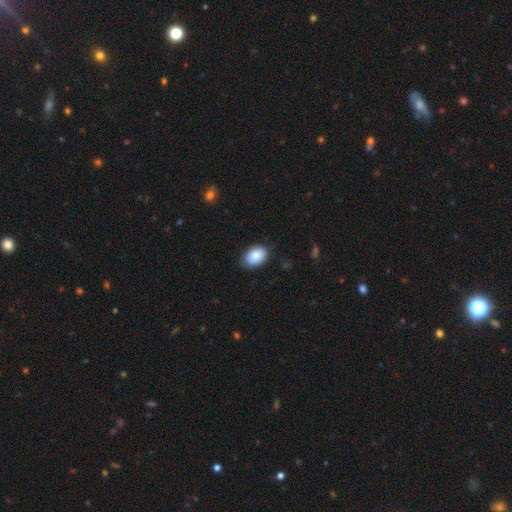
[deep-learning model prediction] Overall: smooth (86%). How rounded: in between (82%). Merging: none (79%).